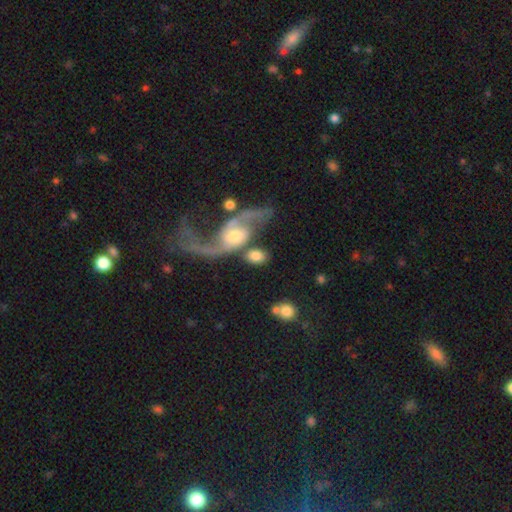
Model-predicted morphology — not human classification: The model was most divided on "smooth or featured": smooth: 54%, featured or disk: 40%, star or artifact: 7%. Remaining: how rounded — in between (76%); merging — none (48%).